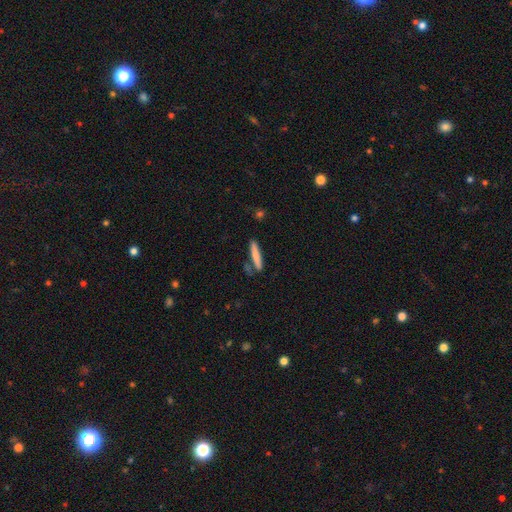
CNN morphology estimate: Smooth or featured? Predicted: smooth (p=0.77). How rounded? Predicted: cigar-shaped (p=0.92). Merging? Predicted: none (p=0.76).